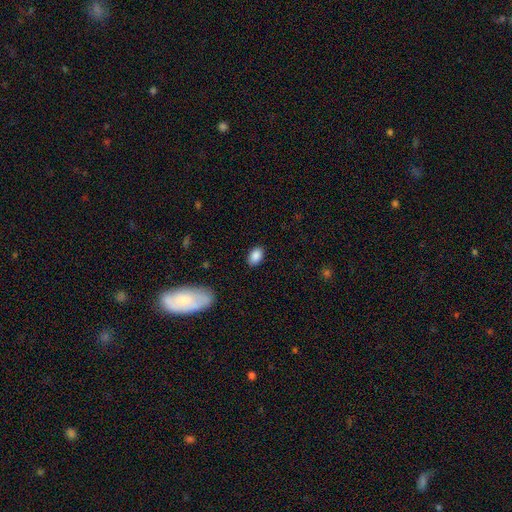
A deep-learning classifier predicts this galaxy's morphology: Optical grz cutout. It shows a smooth galaxy with no disk features (88%) that is in between round and cigar-shaped (89%). Merging: none (86%).